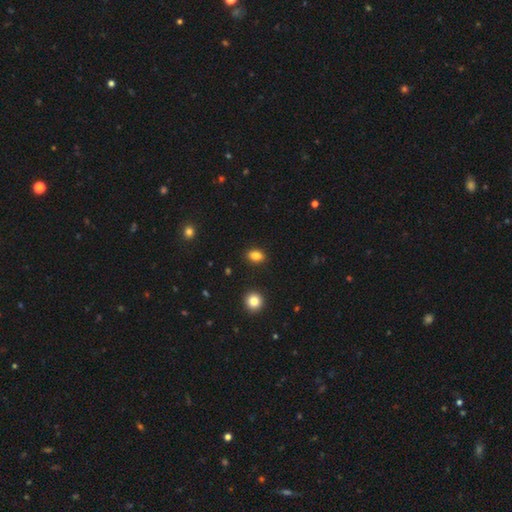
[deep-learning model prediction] Smooth or featured? Predicted: smooth (p=0.85). How rounded? Predicted: in between (p=0.82). Merging? Predicted: none (p=0.89).